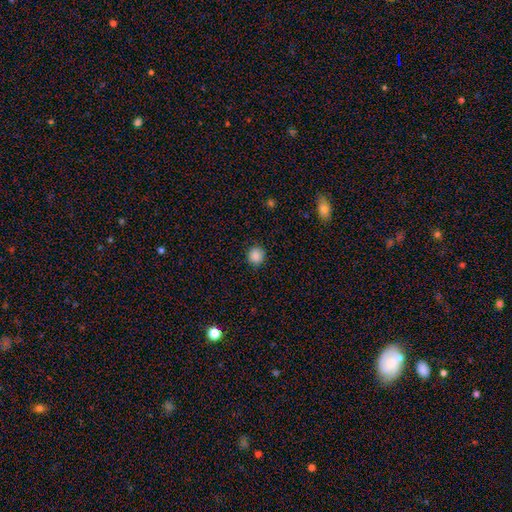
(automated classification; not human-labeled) Q: Smooth or featured?
A: smooth (88%); runner-up: star or artifact (10%)
Q: How rounded?
A: round (91%); runner-up: in between (8%)
Q: Merging?
A: none (91%); runner-up: minor disturbance (6%)